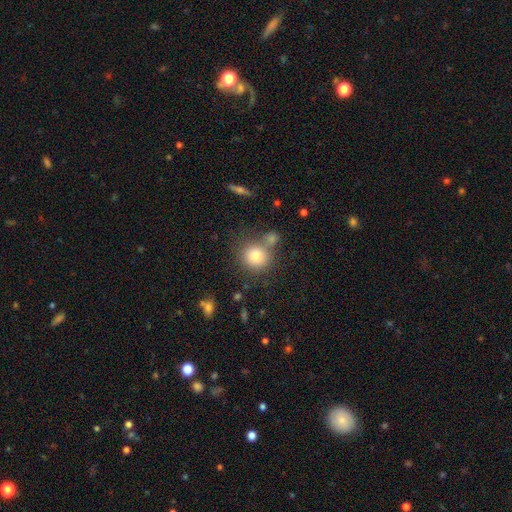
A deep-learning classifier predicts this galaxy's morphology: This appears to be a smooth galaxy with no disk features (80%) that is round (87%). Merging: none (63%).